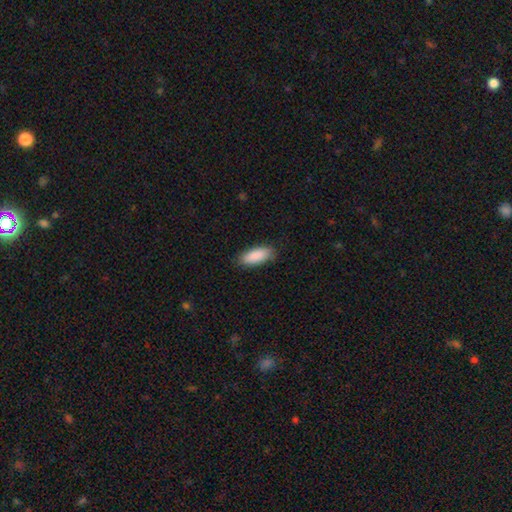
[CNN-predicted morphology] Smooth or featured? smooth (90%)
How rounded? in between (80%)
Merging? none (86%)